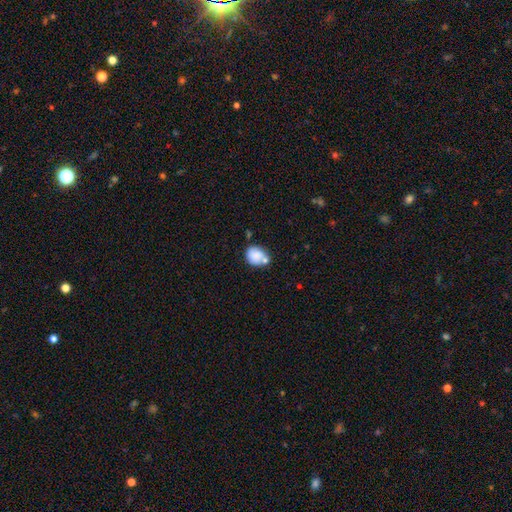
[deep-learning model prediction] Overall: smooth (81%). How rounded: round (56%; in between 43%). Merging: none (50%; merger 26%).